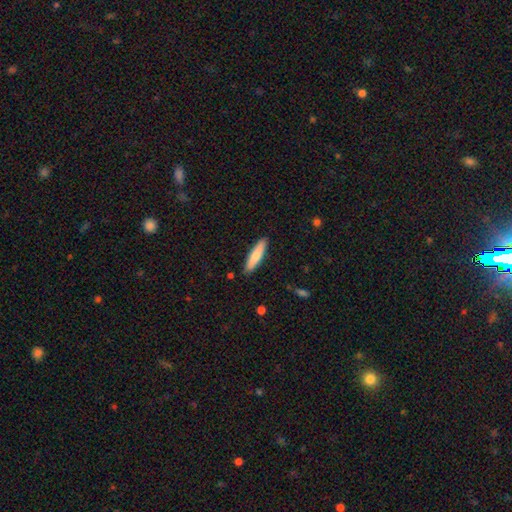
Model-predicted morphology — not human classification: type=smooth (80%); roundness=cigar-shaped (80%); merging=none (89%).